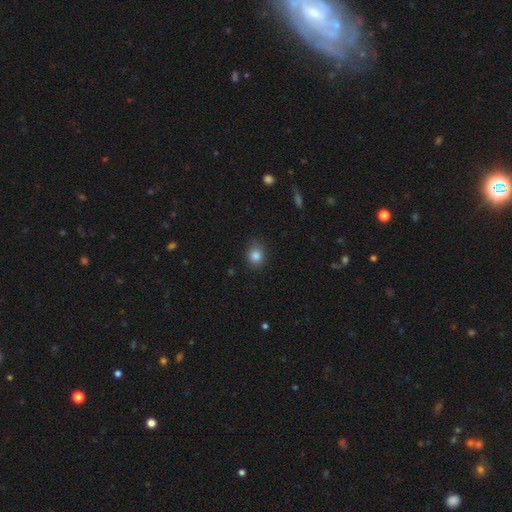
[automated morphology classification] type=smooth (84%); roundness=round (70%); merging=none (82%).